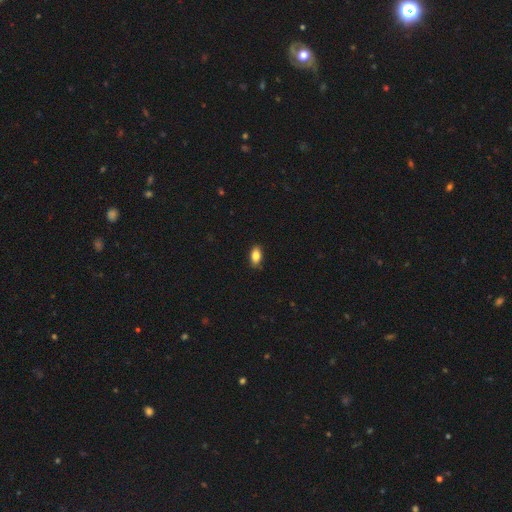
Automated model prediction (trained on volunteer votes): Q: Smooth or featured?
A: smooth (85%); runner-up: star or artifact (8%)
Q: How rounded?
A: in between (90%); runner-up: round (6%)
Q: Merging?
A: none (85%); runner-up: minor disturbance (12%)